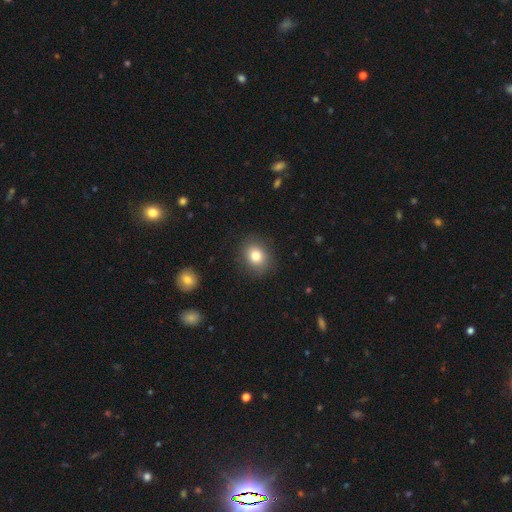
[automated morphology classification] Smooth or featured: smooth — 80% (star or artifact — 10%)
How rounded: round — 64% (in between — 35%)
Merging: none — 87% (minor disturbance — 9%)